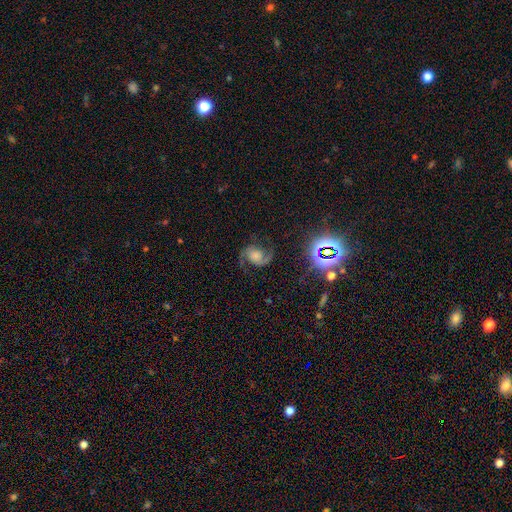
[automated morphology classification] smooth-or-featured: featured or disk: 79% | star or artifact: 13% | smooth: 8%
  disk-edge-on: no: 98% | yes: 2%
    bar: no: 64% | weak: 28% | strong: 9%
    has-spiral-arms: yes: 97% | no: 3%
      spiral-winding: medium: 56% | loose: 27% | tight: 17%
      spiral-arm-count: 2: 91% | can't tell: 2% | 1: 2% | 3: 2% | 4: 1% | more than 4: 1%
    bulge-size: moderate: 44% | small: 22% | large: 19% | none: 11% | dominant: 4%
  merging: none: 74% | minor disturbance: 15% | major disturbance: 10% | merger: 2%